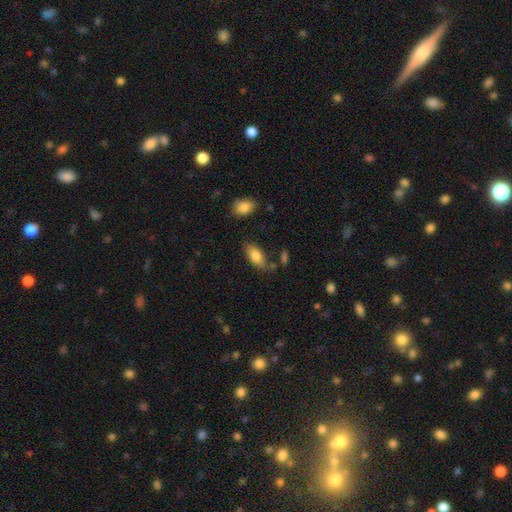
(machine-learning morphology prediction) Smooth or featured? Predicted: smooth (p=0.82). How rounded? Predicted: in between (p=0.89). Merging? Predicted: none (p=0.70).